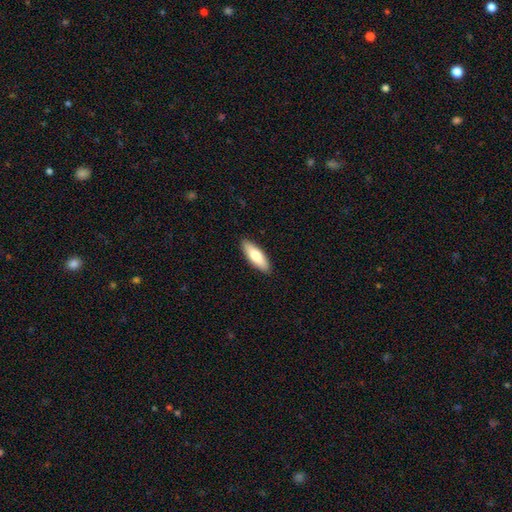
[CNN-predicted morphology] Smooth or featured: smooth — 76% (featured or disk — 18%)
How rounded: in between — 55% (cigar-shaped — 43%)
Merging: none — 90% (minor disturbance — 8%)